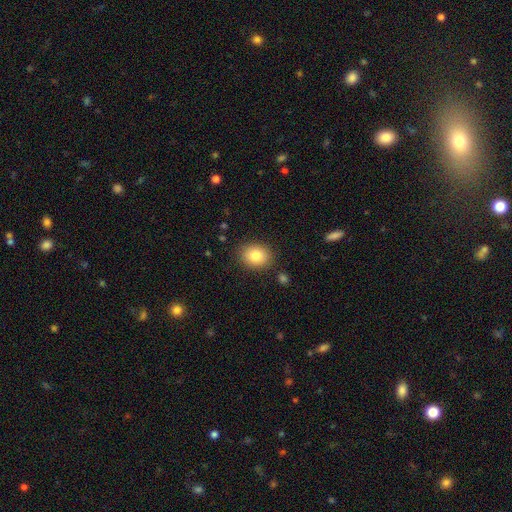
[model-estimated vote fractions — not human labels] Overall: smooth (83%). How rounded: in between (53%; round 46%). Merging: none (86%).